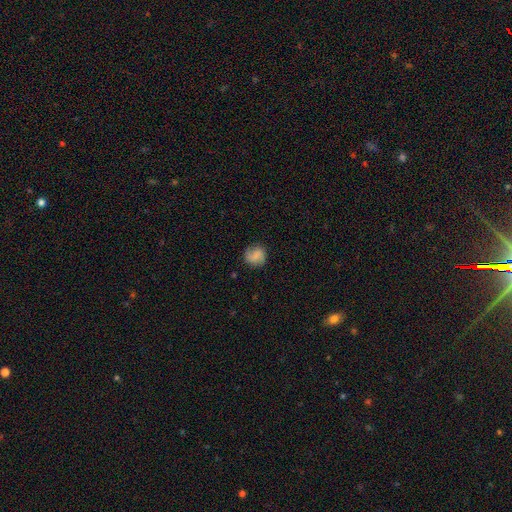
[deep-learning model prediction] Smooth or featured? Predicted: smooth (p=0.59). How rounded? Predicted: round (p=0.80). Merging? Predicted: none (p=0.77).